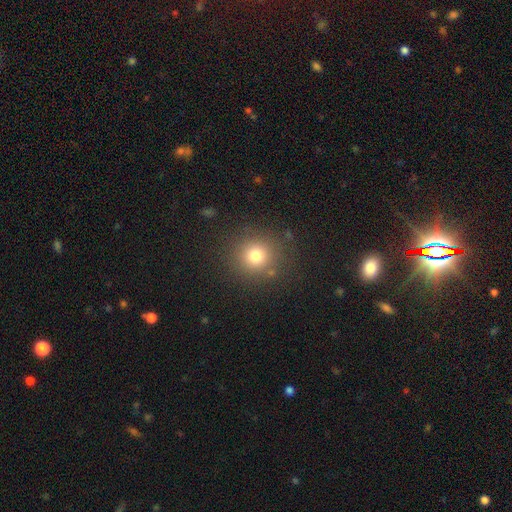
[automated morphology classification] The model was most divided on "smooth or featured": smooth: 76%, star or artifact: 15%, featured or disk: 9%. More confident: how rounded — round (91%); merging — none (85%).